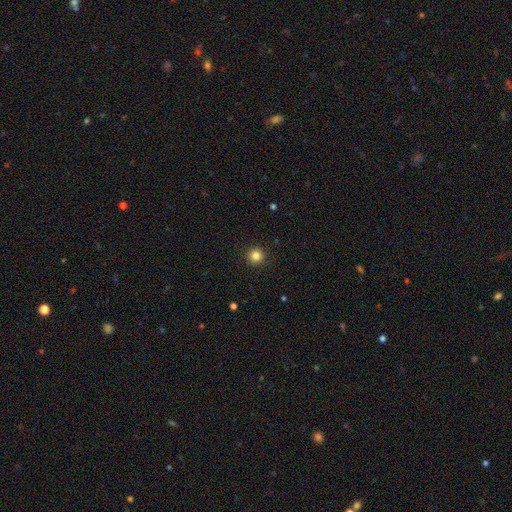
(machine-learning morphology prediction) Overall: smooth (83%). How rounded: round (96%). Merging: none (93%).